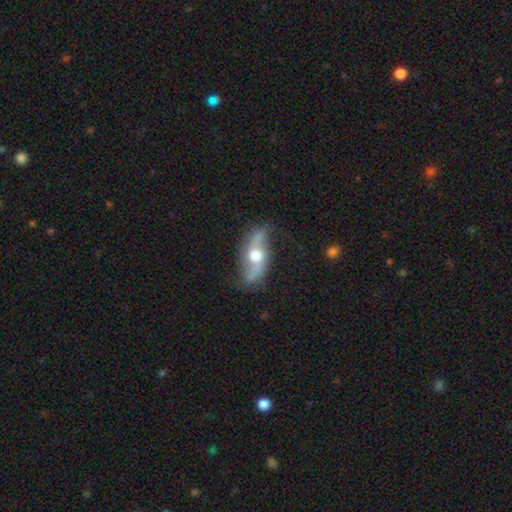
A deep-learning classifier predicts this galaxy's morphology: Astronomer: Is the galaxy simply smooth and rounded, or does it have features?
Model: featured or disk — 79%.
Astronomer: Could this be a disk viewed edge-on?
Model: no — 83%.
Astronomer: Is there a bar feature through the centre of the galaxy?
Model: no — 54%.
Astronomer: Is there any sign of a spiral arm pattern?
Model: yes — 88%.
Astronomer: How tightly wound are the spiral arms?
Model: loose — 82%.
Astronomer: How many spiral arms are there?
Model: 2 — 93%.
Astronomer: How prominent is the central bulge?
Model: moderate — 73%.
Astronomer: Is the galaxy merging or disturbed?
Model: none — 74%.